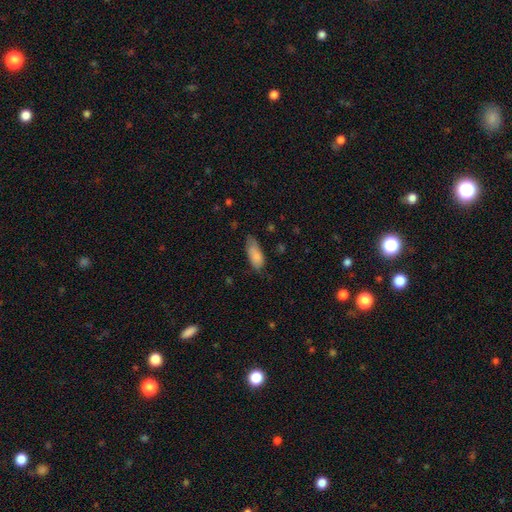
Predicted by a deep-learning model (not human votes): Smooth or featured? Predicted: smooth (p=0.83). How rounded? Predicted: in between (p=0.76). Merging? Predicted: none (p=0.55).